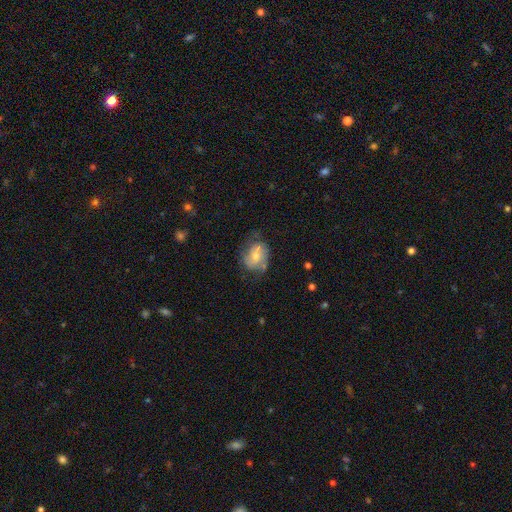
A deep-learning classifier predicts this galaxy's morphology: Smooth or featured? Predicted: smooth (p=0.50). Merging? Predicted: none (p=0.49).